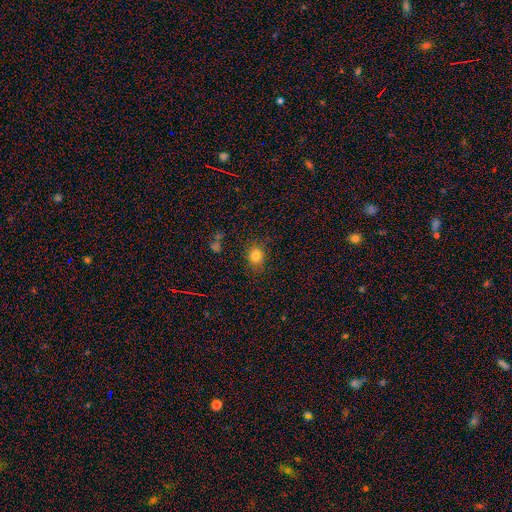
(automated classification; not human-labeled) This appears to be a smooth galaxy with no disk features (82%) that is round (67%). Merging: none (82%).